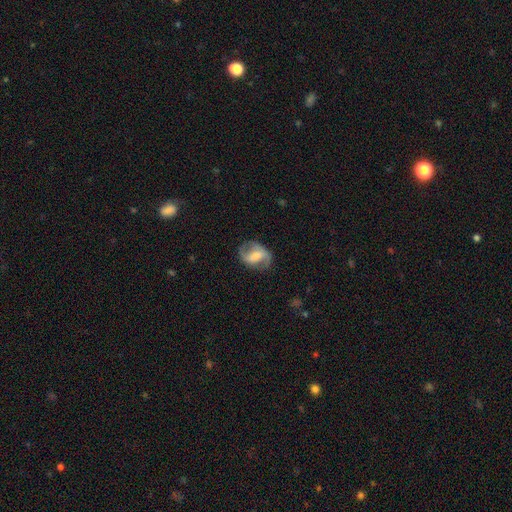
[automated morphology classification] Overall: featured or disk (70%). Edge-on disk: no (97%). Bar: weak (42%; strong 36%). Spiral arms: yes (86%). Spiral arm count: 2 (85%). Spiral winding: medium (46%; loose 36%). Bulge size: moderate (36%; small 30%). Merging: none (69%).